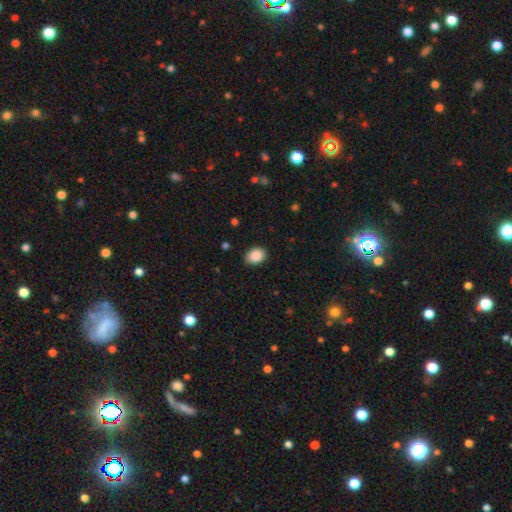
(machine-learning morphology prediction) This is clearly a smooth galaxy (89%). How rounded: likely in between (72%). Merging: clearly none (85%).